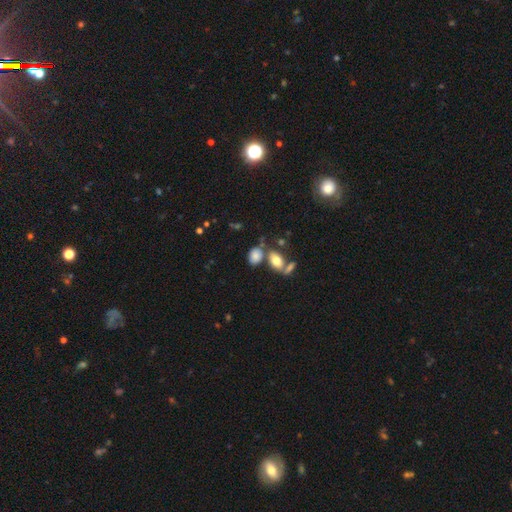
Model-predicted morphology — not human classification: Smooth or featured? Predicted: smooth (p=0.78). How rounded? Predicted: in between (p=0.75). Merging? Predicted: none (p=0.54).